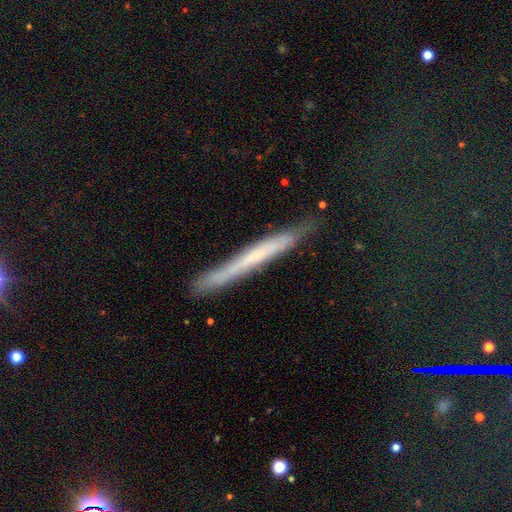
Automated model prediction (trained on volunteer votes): featured or disk 51%, smooth 41%, star or artifact 7%. Down the decision tree: edge-on disk — yes (91%); merging — none (78%).